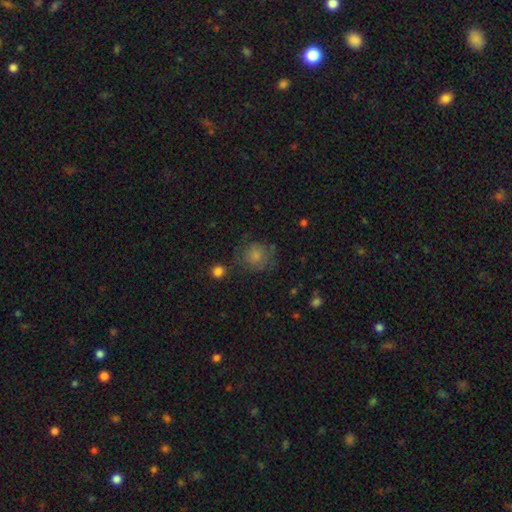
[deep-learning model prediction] The model was most divided on "merging": none: 60%, minor disturbance: 23%, major disturbance: 14%, merger: 3%. More confident: how rounded — round (83%); smooth or featured — smooth (71%).